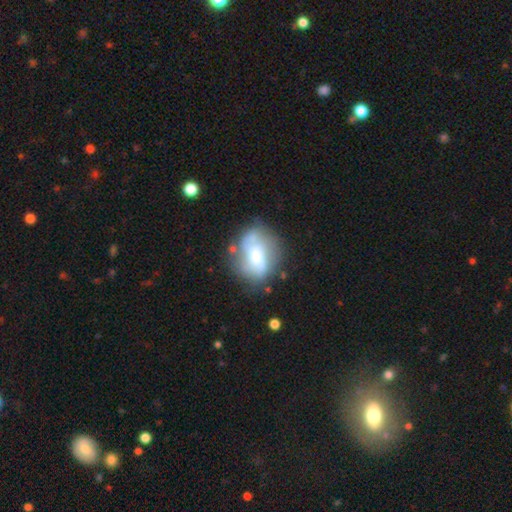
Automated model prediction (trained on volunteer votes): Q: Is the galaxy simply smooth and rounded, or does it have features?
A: featured or disk — 51%.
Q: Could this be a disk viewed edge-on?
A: no — 95%.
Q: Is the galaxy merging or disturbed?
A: none — 53%.